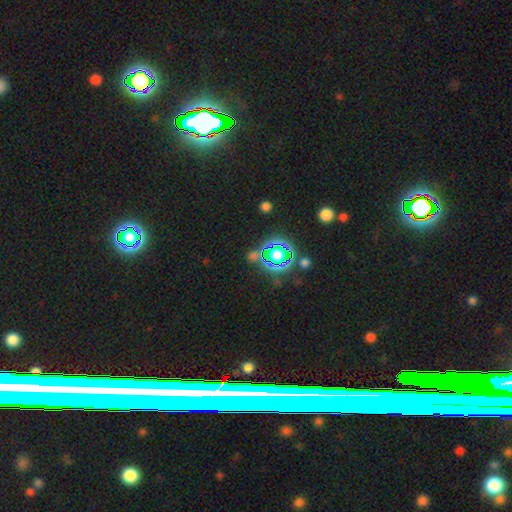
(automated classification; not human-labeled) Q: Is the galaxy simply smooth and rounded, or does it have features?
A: star or artifact — 72%.